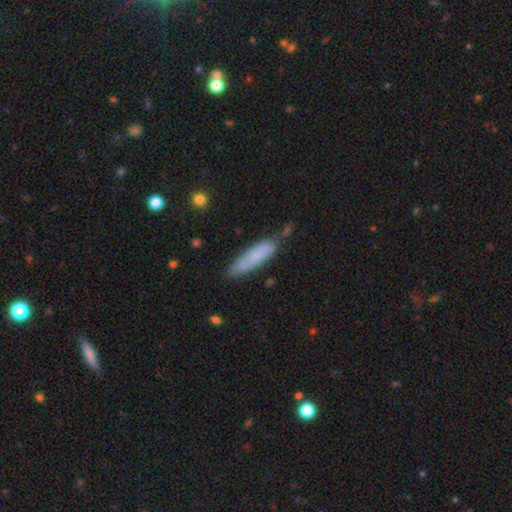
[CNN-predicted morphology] This is likely a smooth galaxy (79%). How rounded: likely cigar-shaped (71%). Merging: likely none (67%).